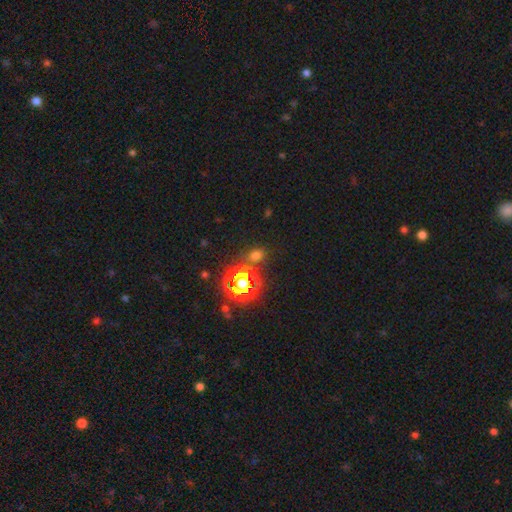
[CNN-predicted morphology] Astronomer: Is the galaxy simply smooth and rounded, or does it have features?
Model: smooth — 56% (runner-up: star or artifact, 37%).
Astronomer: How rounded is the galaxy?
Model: round — 65%.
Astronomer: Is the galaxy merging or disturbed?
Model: none — 75%.